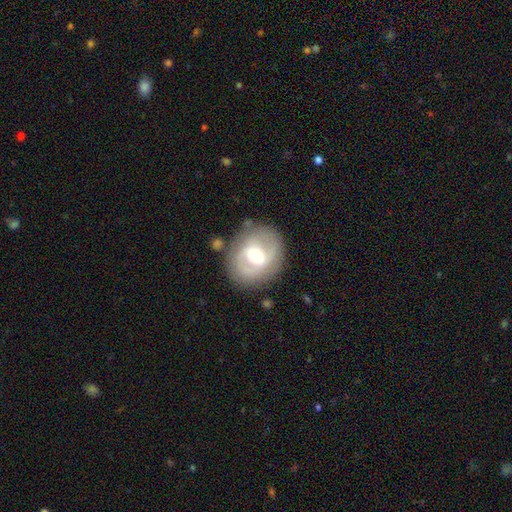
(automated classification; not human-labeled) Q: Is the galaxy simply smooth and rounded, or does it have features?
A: featured or disk — 68%.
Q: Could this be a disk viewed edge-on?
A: no — 96%.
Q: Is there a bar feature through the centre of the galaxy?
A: weak — 51%.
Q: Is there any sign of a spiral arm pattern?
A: yes — 71%.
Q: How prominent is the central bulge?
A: moderate — 70%.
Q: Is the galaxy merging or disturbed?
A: none — 77%.